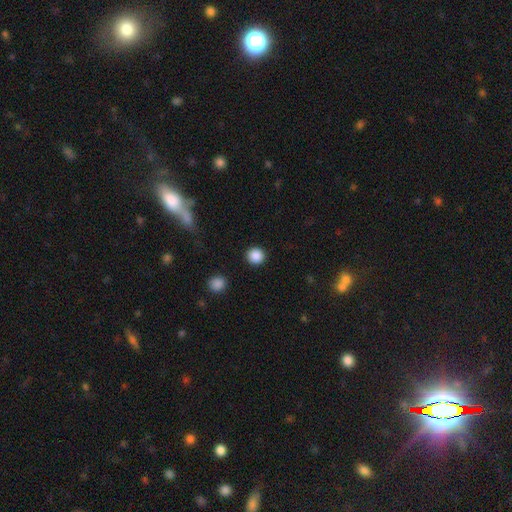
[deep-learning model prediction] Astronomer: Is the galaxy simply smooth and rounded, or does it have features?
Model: smooth — 88%.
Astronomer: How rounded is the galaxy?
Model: round — 91%.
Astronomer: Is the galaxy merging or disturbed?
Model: none — 91%.